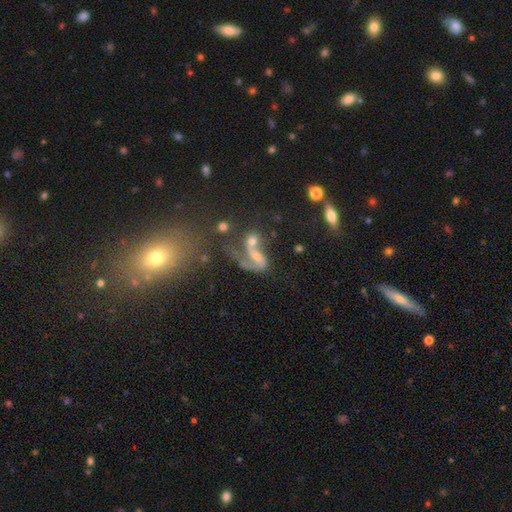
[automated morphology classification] smooth_or_featured: featured or disk (p=0.64) [alt: smooth p=0.22]
disk_edge_on: no (p=0.94) [alt: yes p=0.06]
bar: no (p=0.49) [alt: weak p=0.34]
has_spiral_arms: yes (p=0.77) [alt: no p=0.23]
bulge_size: small (p=0.42) [alt: moderate p=0.33]
merging: merger (p=0.41) [alt: none p=0.25]